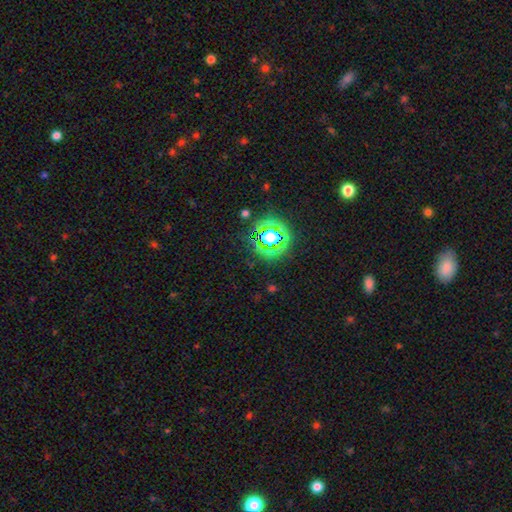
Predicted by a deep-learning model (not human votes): smooth-or-featured: star or artifact: 77% | smooth: 15% | featured or disk: 8%